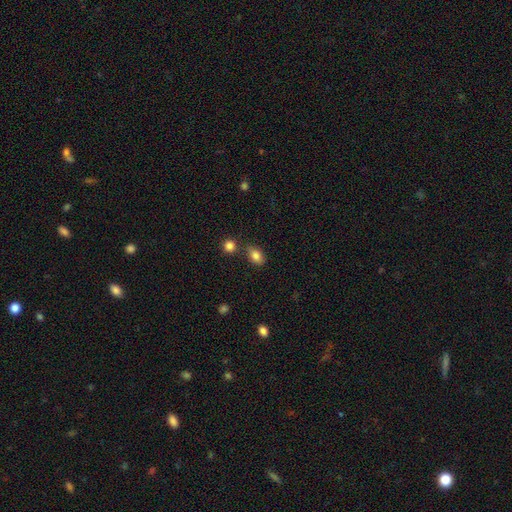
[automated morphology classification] Overall: smooth (84%). How rounded: in between (79%). Merging: none (72%).